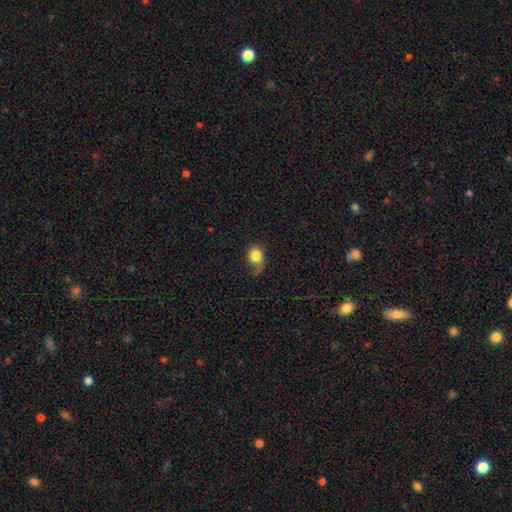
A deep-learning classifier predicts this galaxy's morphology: This appears to be a smooth galaxy with no disk features (79%) that is round (57%). Merging: none (40%).